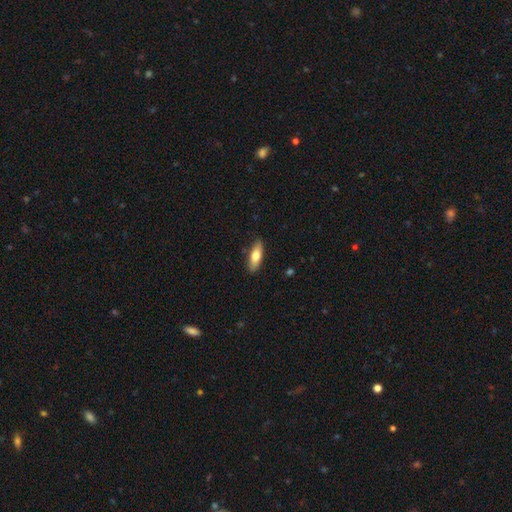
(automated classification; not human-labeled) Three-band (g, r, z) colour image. It shows a smooth galaxy with no disk features (72%) that is in between round and cigar-shaped (58%). Merging: none (87%).